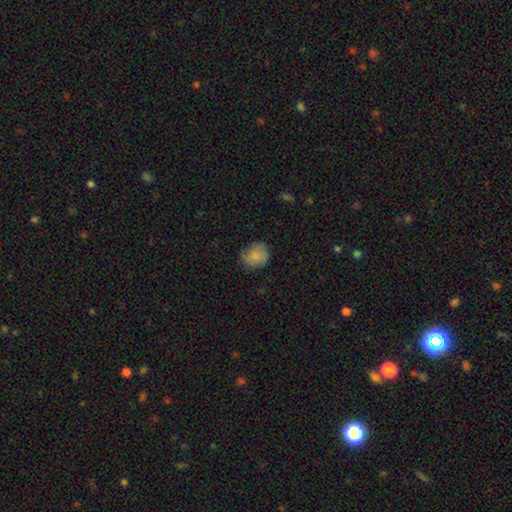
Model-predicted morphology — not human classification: A smooth galaxy with no disk features (83%) that is round (71%).

Vote fractions:
- Smooth or featured? smooth: 83% / featured or disk: 10% / star or artifact: 8%
- How rounded? round: 71% / in between: 29% / cigar-shaped: 1%
- Merging? none: 72% / minor disturbance: 22% / major disturbance: 5% / merger: 1%